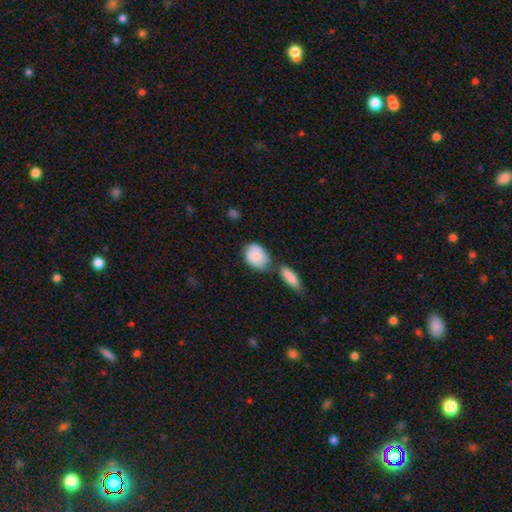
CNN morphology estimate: This is clearly a smooth galaxy (81%). How rounded: likely in between (75%). Merging: marginally none (44%).